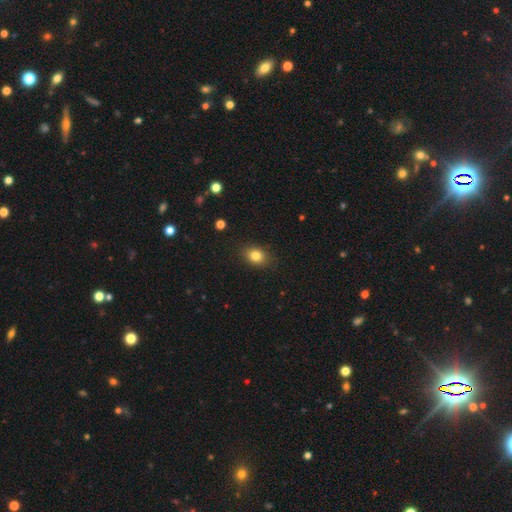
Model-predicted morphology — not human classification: Q: Smooth or featured?
A: smooth (83%); runner-up: star or artifact (10%)
Q: How rounded?
A: in between (59%); runner-up: round (39%)
Q: Merging?
A: none (85%); runner-up: minor disturbance (11%)